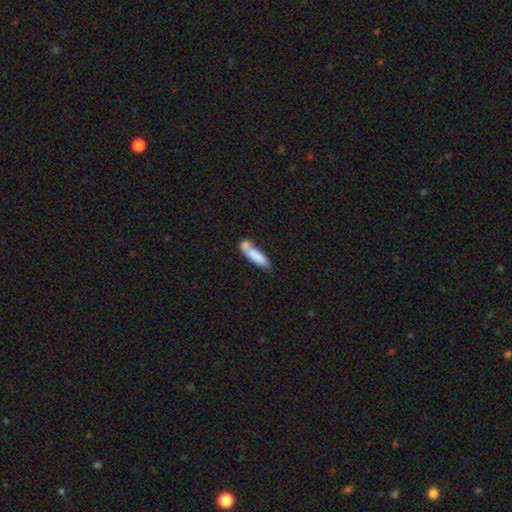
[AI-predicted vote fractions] smooth_or_featured: smooth (p=0.80) [alt: featured or disk p=0.13]
how_rounded: cigar-shaped (p=0.60) [alt: in between p=0.38]
merging: none (p=0.41) [alt: merger p=0.38]